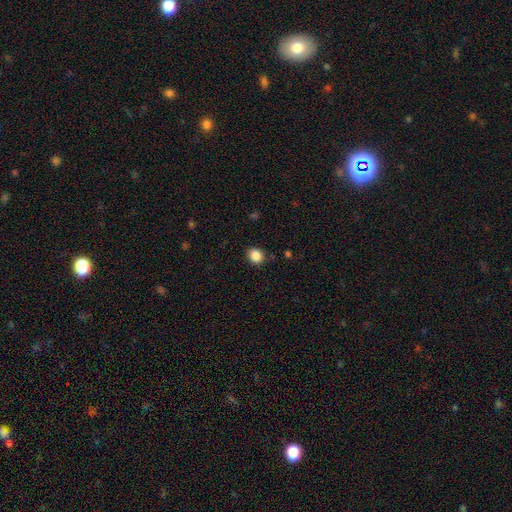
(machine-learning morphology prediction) Smooth or featured: smooth — 86% (star or artifact — 10%)
How rounded: round — 73% (in between — 27%)
Merging: none — 87% (minor disturbance — 9%)